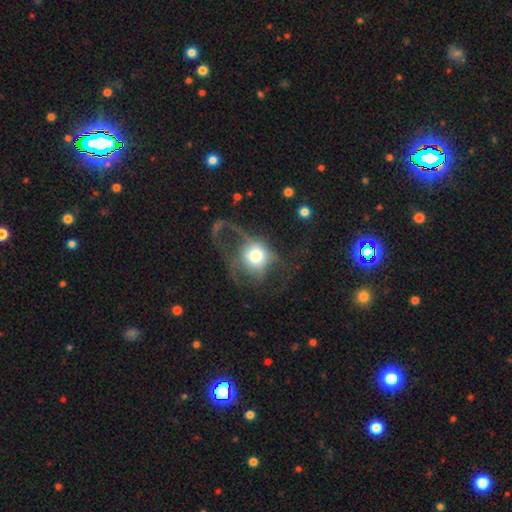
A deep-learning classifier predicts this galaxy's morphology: Overall: smooth (52%; featured or disk 38%). How rounded: round (77%). Merging: major disturbance (62%; none 22%).